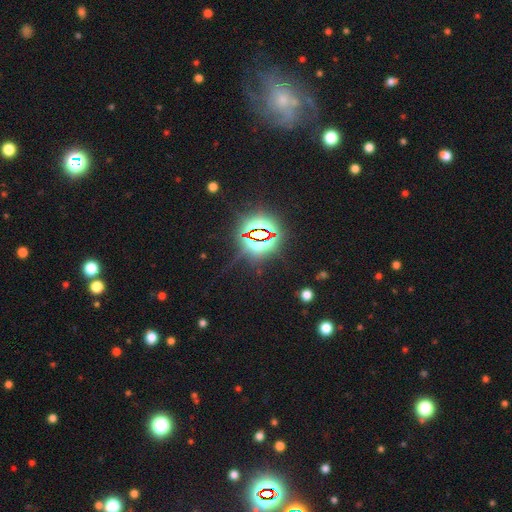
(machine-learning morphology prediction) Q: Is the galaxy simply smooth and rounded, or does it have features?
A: star or artifact — 80%.